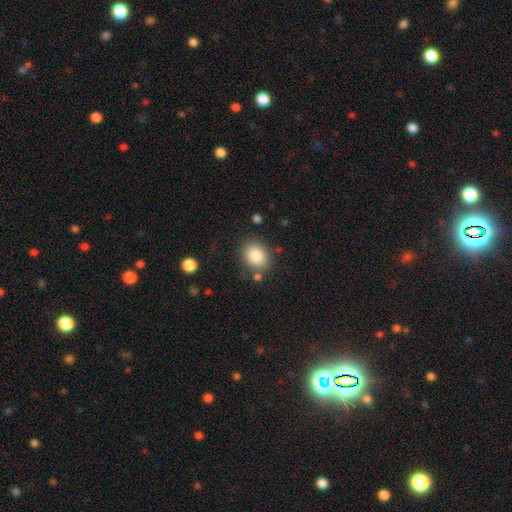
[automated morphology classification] smooth-or-featured: smooth: 84% | star or artifact: 9% | featured or disk: 7%
  how-rounded: round: 53% | in between: 46% | cigar-shaped: 1%
  merging: none: 79% | minor disturbance: 12% | merger: 5% | major disturbance: 4%